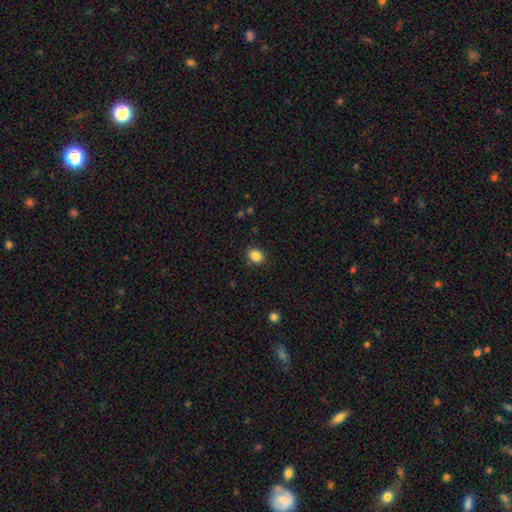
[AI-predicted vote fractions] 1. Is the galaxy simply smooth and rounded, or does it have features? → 86% smooth, 10% star or artifact, 4% featured or disk.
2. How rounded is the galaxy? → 53% round, 46% in between, 1% cigar-shaped.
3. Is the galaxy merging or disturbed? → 87% none, 9% minor disturbance, 2% major disturbance, 1% merger.